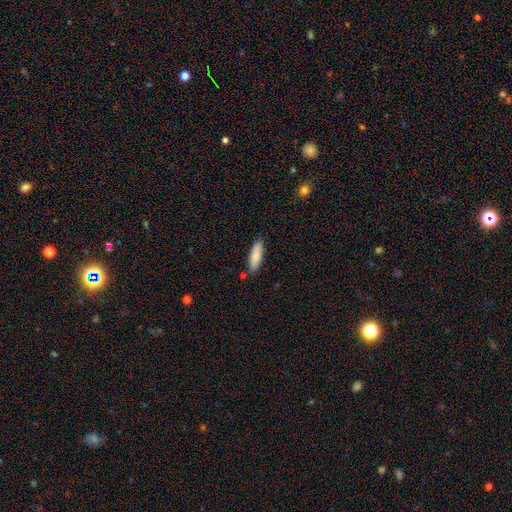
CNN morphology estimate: A smooth galaxy with no disk features (86%) that is cigar-shaped (51%).

Vote fractions:
- Smooth or featured? smooth: 86% / featured or disk: 8% / star or artifact: 6%
- How rounded? cigar-shaped: 51% / in between: 48% / round: 2%
- Merging? none: 83% / minor disturbance: 11% / merger: 3% / major disturbance: 2%